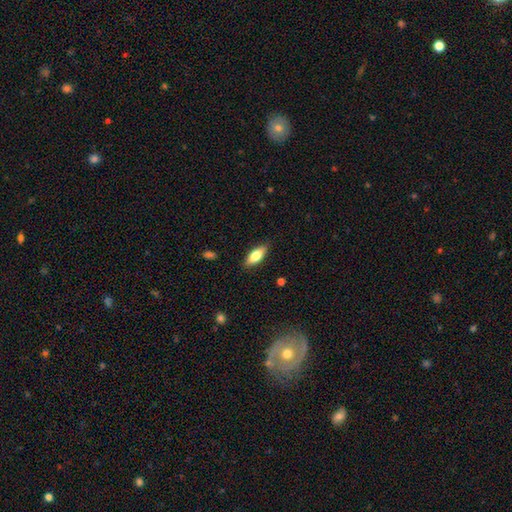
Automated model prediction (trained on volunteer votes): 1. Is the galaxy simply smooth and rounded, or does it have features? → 68% smooth, 25% featured or disk, 6% star or artifact.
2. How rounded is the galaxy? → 70% in between, 27% cigar-shaped, 3% round.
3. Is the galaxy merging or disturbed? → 86% none, 11% minor disturbance, 2% major disturbance, 1% merger.